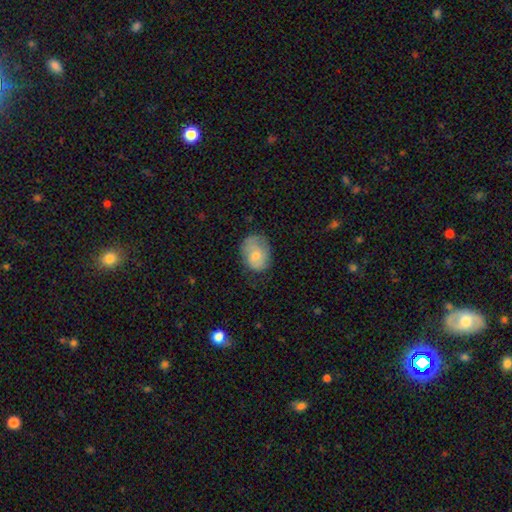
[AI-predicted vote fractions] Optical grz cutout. It shows a smooth galaxy with no disk features (66%) that is in between round and cigar-shaped (69%). Merging: none (60%).